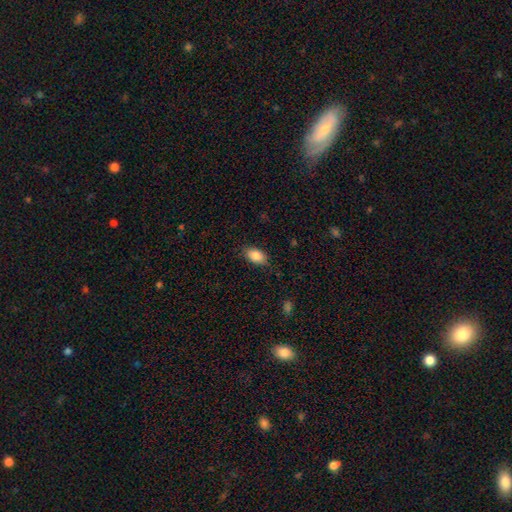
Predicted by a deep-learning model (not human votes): This is clearly a smooth galaxy (86%). How rounded: clearly in between (91%). Merging: clearly none (83%).